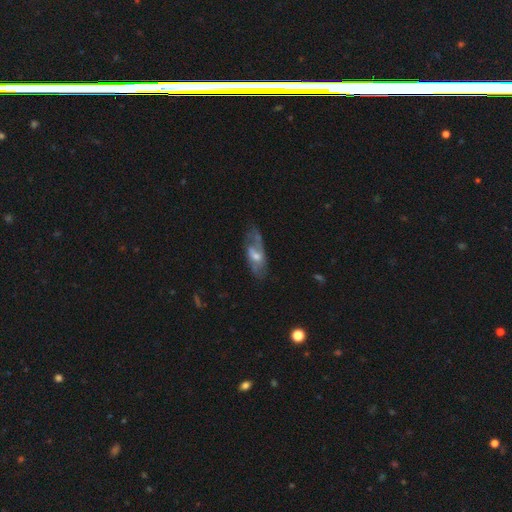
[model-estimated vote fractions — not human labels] Morphology: type=featured or disk (66%); edge-on=no (86%); bar=no (45%); spiral arms=yes (68%); bulge=moderate (52%); merging=none (55%).